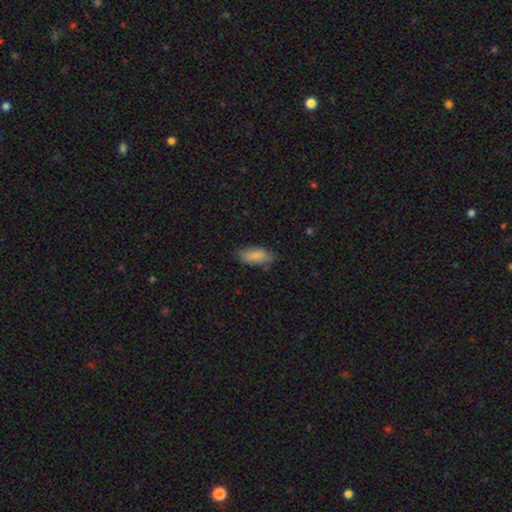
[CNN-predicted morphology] Smooth or featured? Predicted: smooth (p=0.85). How rounded? Predicted: in between (p=0.88). Merging? Predicted: none (p=0.73).